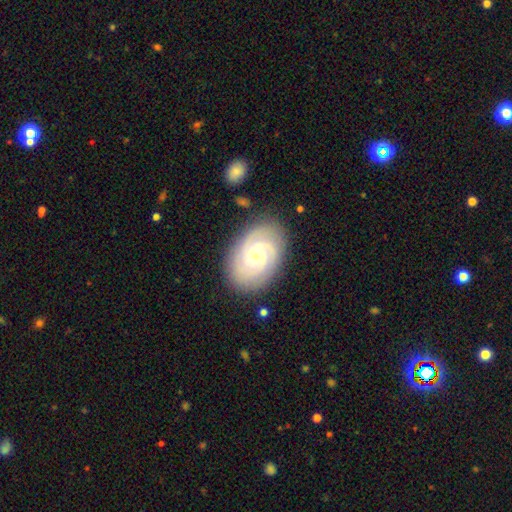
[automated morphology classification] type=featured or disk (85%); edge-on=no (97%); bar=no (60%); spiral arms=yes (97%); winding=tight (71%); arm count=3 (35%); bulge=small (68%); merging=none (82%).